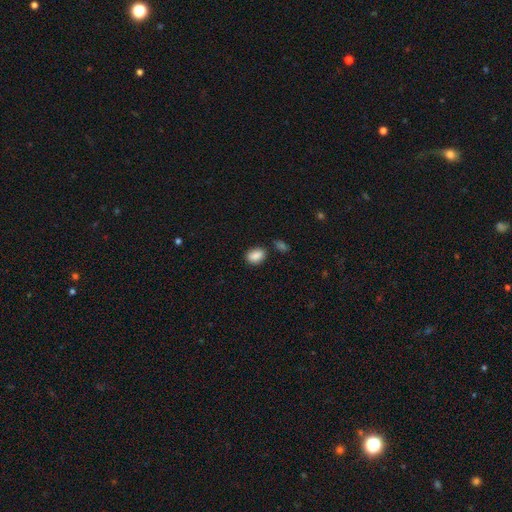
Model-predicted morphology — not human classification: smooth-or-featured: smooth: 88% | star or artifact: 8% | featured or disk: 4%
  how-rounded: in between: 78% | round: 21% | cigar-shaped: 1%
  merging: none: 76% | minor disturbance: 14% | merger: 6% | major disturbance: 3%